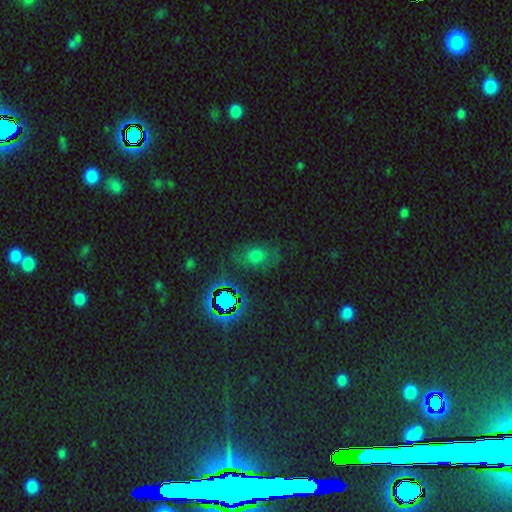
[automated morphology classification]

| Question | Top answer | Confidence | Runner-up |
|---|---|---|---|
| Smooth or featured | smooth | 46% | star or artifact (30%) |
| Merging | none | 67% | minor disturbance (19%) |